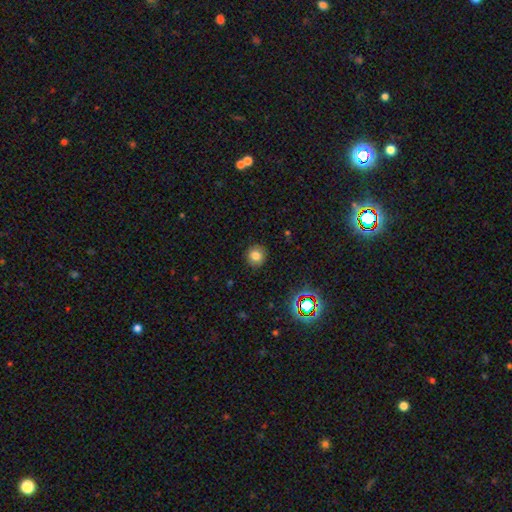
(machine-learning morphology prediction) Q: Smooth or featured?
A: smooth (78%); runner-up: star or artifact (14%)
Q: How rounded?
A: round (89%); runner-up: in between (10%)
Q: Merging?
A: none (90%); runner-up: minor disturbance (7%)